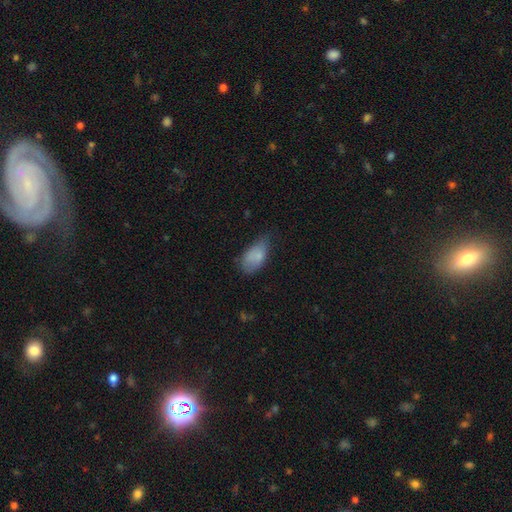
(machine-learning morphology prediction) type=smooth (79%); roundness=in between (92%); merging=none (44%).